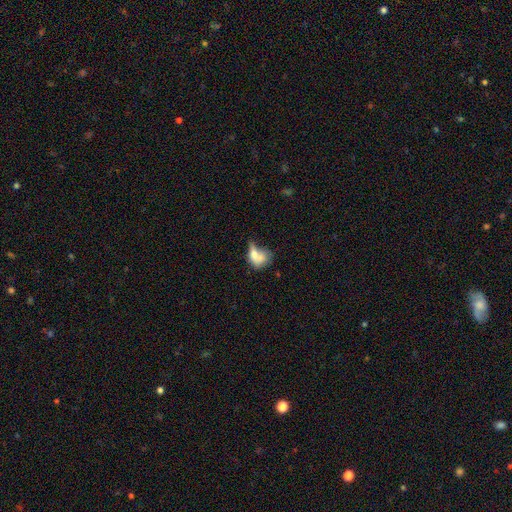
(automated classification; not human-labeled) Morphology: type=smooth (62%); roundness=in between (67%); merging=merger (37%).